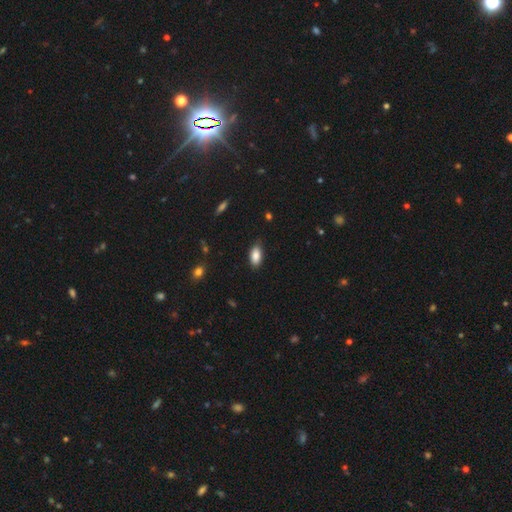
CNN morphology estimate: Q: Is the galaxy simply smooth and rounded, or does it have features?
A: smooth — 86%.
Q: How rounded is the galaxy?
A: in between — 91%.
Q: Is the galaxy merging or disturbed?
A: none — 81%.